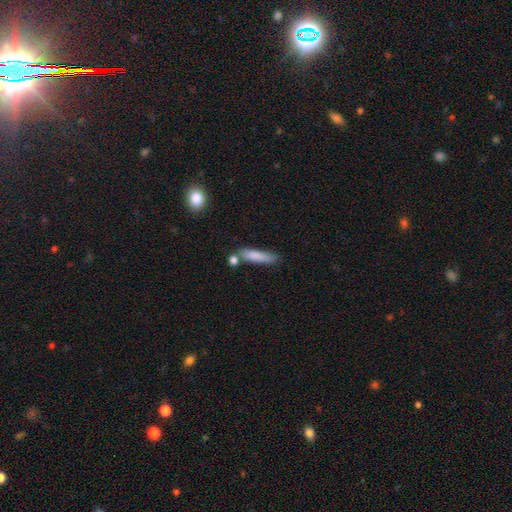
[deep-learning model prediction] A smooth galaxy with no disk features (80%) that is cigar-shaped (78%).

Vote fractions:
- Smooth or featured? smooth: 80% / featured or disk: 13% / star or artifact: 7%
- How rounded? cigar-shaped: 78% / in between: 20% / round: 2%
- Merging? none: 62% / minor disturbance: 18% / merger: 14% / major disturbance: 5%